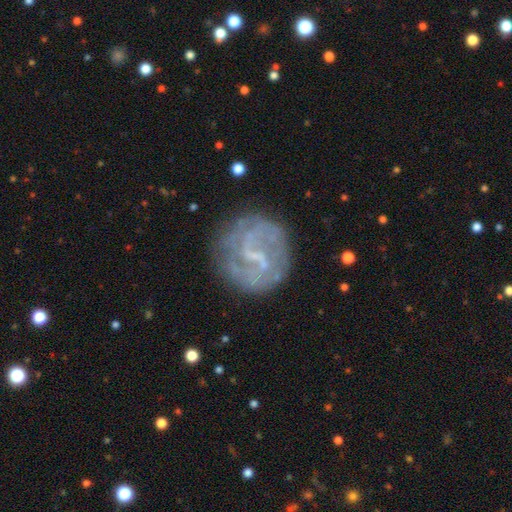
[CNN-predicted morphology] Smooth or featured?
  - featured or disk: 72% *
  - smooth: 18%
  - star or artifact: 10%
Edge-on disk?
  - no: 97% *
  - yes: 3%
Bar?
  - weak: 50% *
  - strong: 28%
  - no: 21%
Spiral arms?
  - yes: 75% *
  - no: 25%
Spiral winding?
  - tight: 41% *
  - medium: 36%
  - loose: 23%
Spiral arm count?
  - 2: 52% *
  - can't tell: 30%
  - 3: 7%
  - 1: 4%
  - 4: 4%
  - more than 4: 3%
Bulge size?
  - small: 51% *
  - none: 36%
  - moderate: 12%
  - large: 1%
  - dominant: 1%
Merging?
  - none: 78% *
  - minor disturbance: 13%
  - major disturbance: 7%
  - merger: 2%